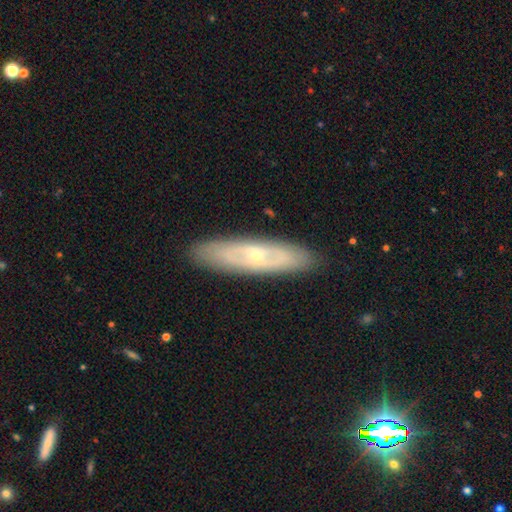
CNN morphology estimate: This appears to be a featured or disk galaxy (65%). Merging: none (88%).